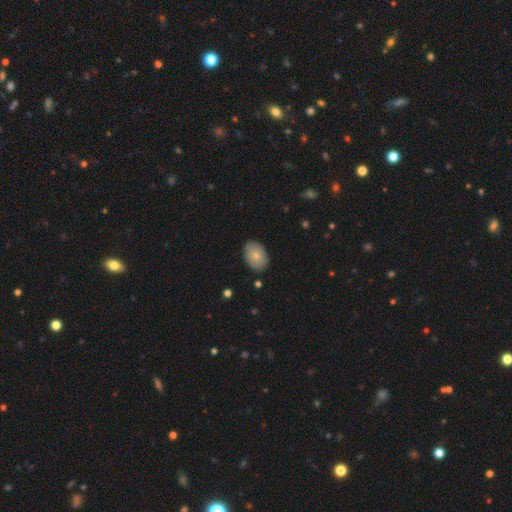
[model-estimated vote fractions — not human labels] This appears to be a smooth galaxy with no disk features (79%) that is in between round and cigar-shaped (83%). Merging: none (86%).